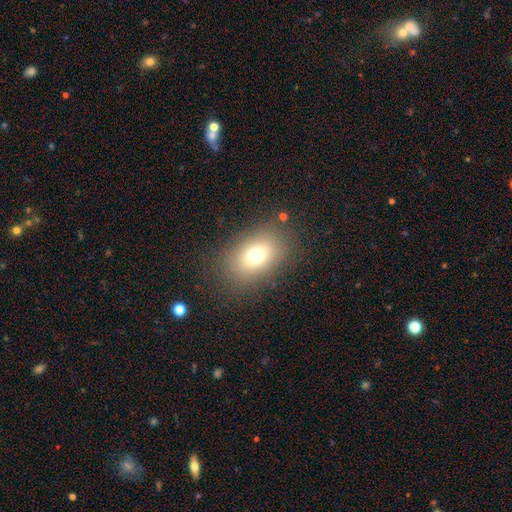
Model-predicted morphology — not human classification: A smooth galaxy with no disk features (71%) that is in between round and cigar-shaped (76%). Merging: none (81%).